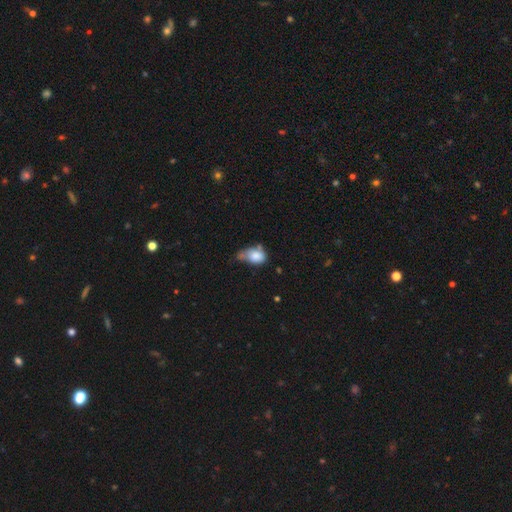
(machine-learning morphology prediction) smooth_or_featured: smooth (p=0.78) [alt: featured or disk p=0.13]
how_rounded: in between (p=0.75) [alt: round p=0.23]
merging: minor disturbance (p=0.35) [alt: none p=0.27]